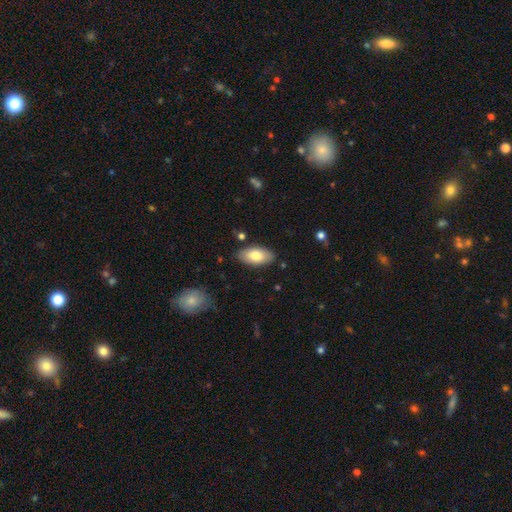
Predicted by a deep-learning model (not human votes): Smooth or featured? smooth (78%)
How rounded? in between (94%)
Merging? none (85%)